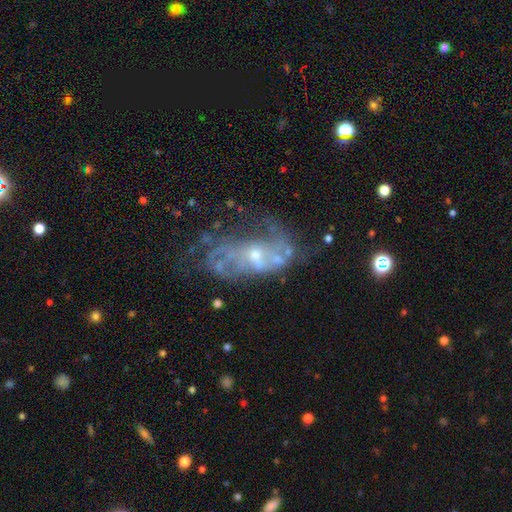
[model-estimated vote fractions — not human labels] The model was most divided on "merging": none: 40%, major disturbance: 29%, minor disturbance: 21%, merger: 11%. More confident: edge-on disk — no (96%); smooth or featured — featured or disk (74%); bar — no (69%); spiral arms — yes (62%); bulge size — small (61%).